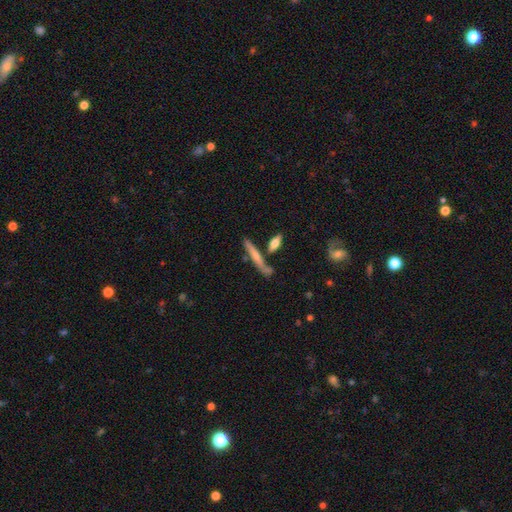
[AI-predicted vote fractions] Overall: smooth (51%; featured or disk 42%). How rounded: cigar-shaped (90%). Merging: none (65%).